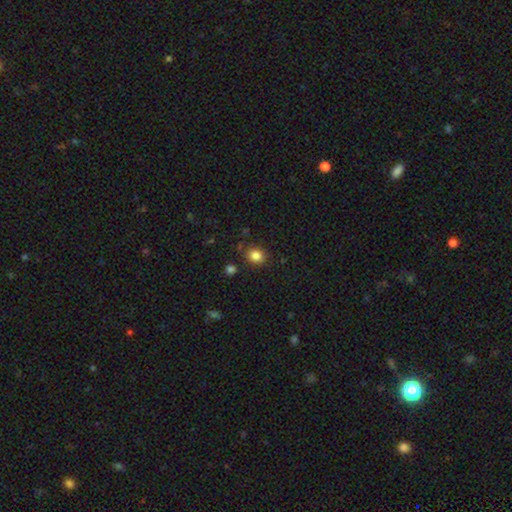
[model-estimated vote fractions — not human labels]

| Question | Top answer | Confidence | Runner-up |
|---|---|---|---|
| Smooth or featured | smooth | 84% | star or artifact (11%) |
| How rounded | round | 63% | in between (36%) |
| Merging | none | 84% | minor disturbance (10%) |